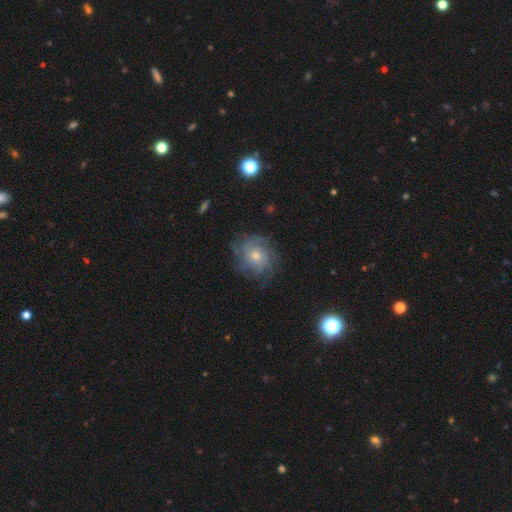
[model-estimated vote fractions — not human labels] Morphology: type=featured or disk (66%); edge-on=no (97%); bar=no (81%); spiral arms=yes (87%); winding=tight (57%); arm count=can't tell (48%); bulge=moderate (53%); merging=none (73%).